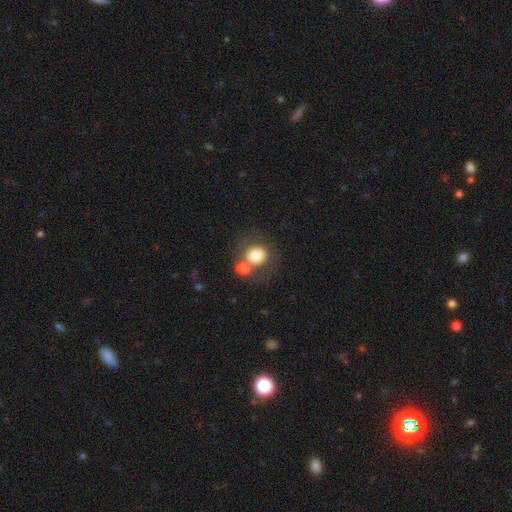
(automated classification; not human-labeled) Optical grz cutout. It shows a smooth galaxy with no disk features (75%) that is round (81%). Merging: none (47%).